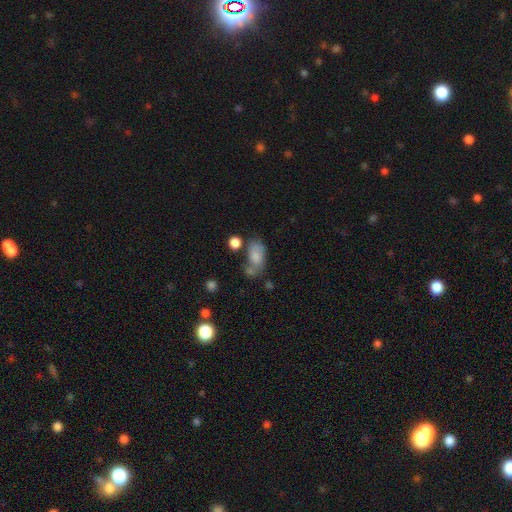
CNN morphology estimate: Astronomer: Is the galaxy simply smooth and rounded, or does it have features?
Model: smooth — 74%.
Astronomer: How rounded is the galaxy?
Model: in between — 88%.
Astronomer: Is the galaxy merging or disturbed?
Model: none — 43% (runner-up: minor disturbance, 23%).